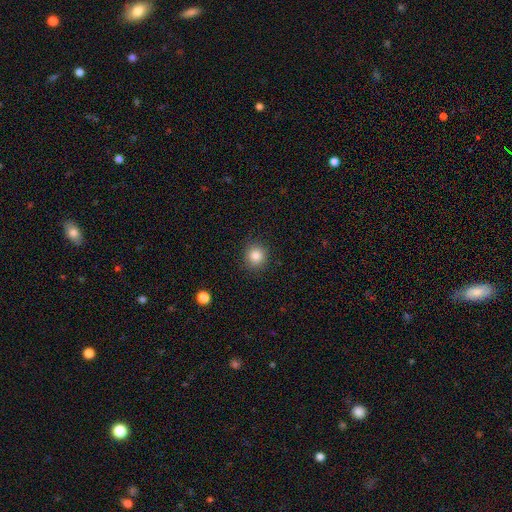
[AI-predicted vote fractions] A smooth galaxy with no disk features (84%) that is round (90%). Merging: none (90%).